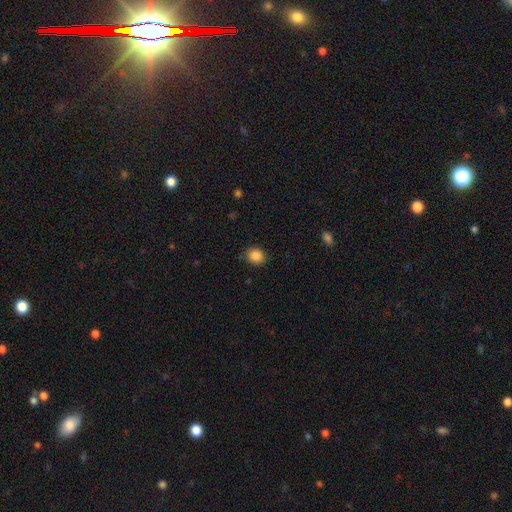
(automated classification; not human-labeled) Smooth or featured: smooth — 86% (star or artifact — 10%)
How rounded: round — 70% (in between — 29%)
Merging: none — 82% (minor disturbance — 14%)